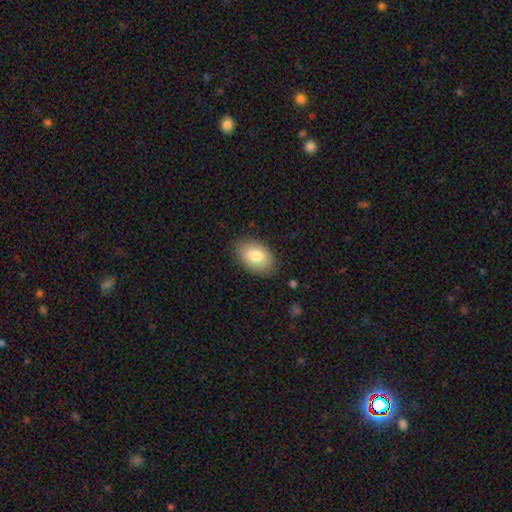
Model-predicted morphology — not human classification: A smooth galaxy with no disk features (80%) that is in between round and cigar-shaped (88%).

Vote fractions:
- Smooth or featured? smooth: 80% / featured or disk: 13% / star or artifact: 7%
- How rounded? in between: 88% / round: 10% / cigar-shaped: 1%
- Merging? none: 83% / minor disturbance: 13% / major disturbance: 3% / merger: 1%